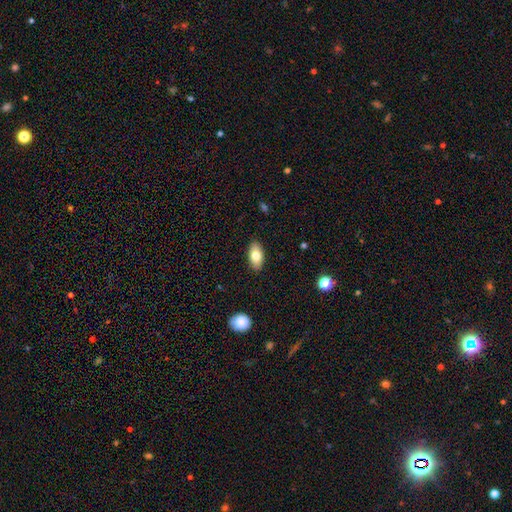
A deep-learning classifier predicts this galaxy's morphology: Smooth or featured?
  - smooth: 77% *
  - featured or disk: 16%
  - star or artifact: 7%
How rounded?
  - in between: 91% *
  - cigar-shaped: 6%
  - round: 3%
Merging?
  - none: 89% *
  - minor disturbance: 8%
  - major disturbance: 2%
  - merger: 1%